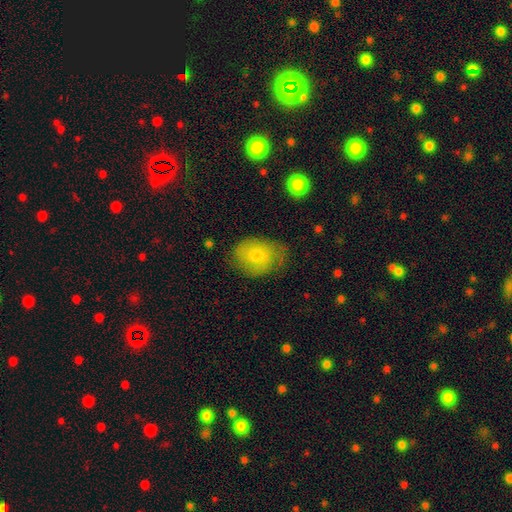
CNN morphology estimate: This appears to be a smooth galaxy with no disk features (59%) that is in between round and cigar-shaped (61%). Merging: none (61%).